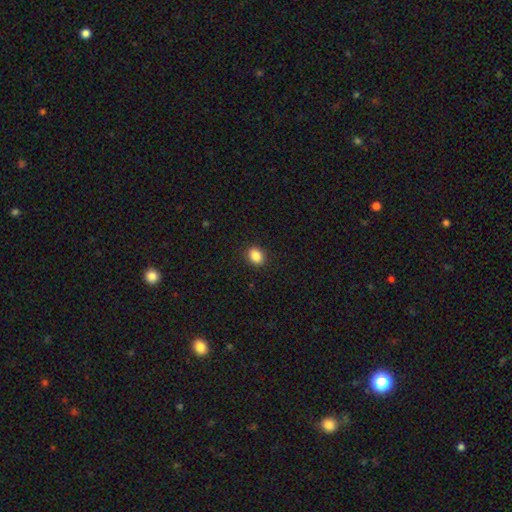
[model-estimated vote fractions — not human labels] This is clearly a smooth galaxy (87%). How rounded: possibly in between (57%). Merging: clearly none (90%).